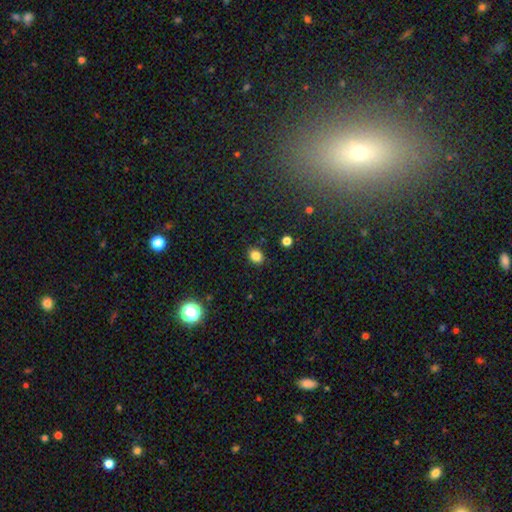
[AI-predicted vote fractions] This appears to be a smooth galaxy with no disk features (84%) that is in between round and cigar-shaped (54%). Merging: none (87%).